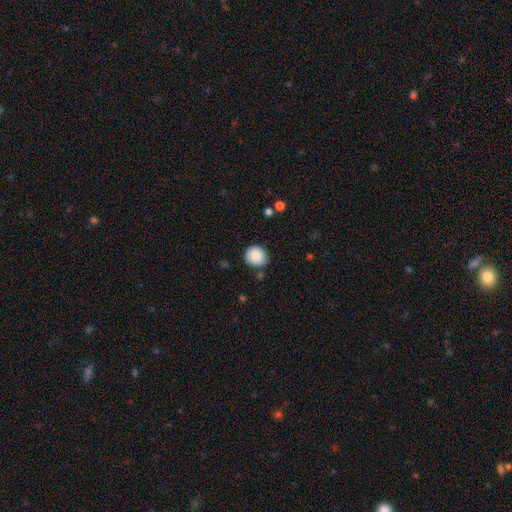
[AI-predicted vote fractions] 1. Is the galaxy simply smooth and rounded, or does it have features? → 86% smooth, 8% star or artifact, 6% featured or disk.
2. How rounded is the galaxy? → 84% round, 15% in between, 1% cigar-shaped.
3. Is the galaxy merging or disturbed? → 81% none, 13% minor disturbance, 3% merger, 3% major disturbance.